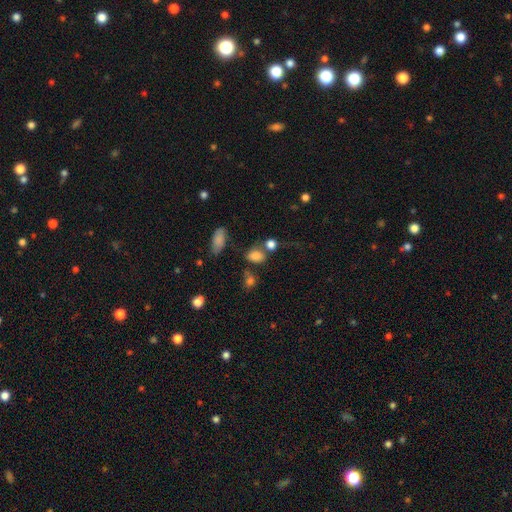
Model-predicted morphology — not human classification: Smooth or featured? smooth (78%)
How rounded? in between (59%)
Merging? none (54%)